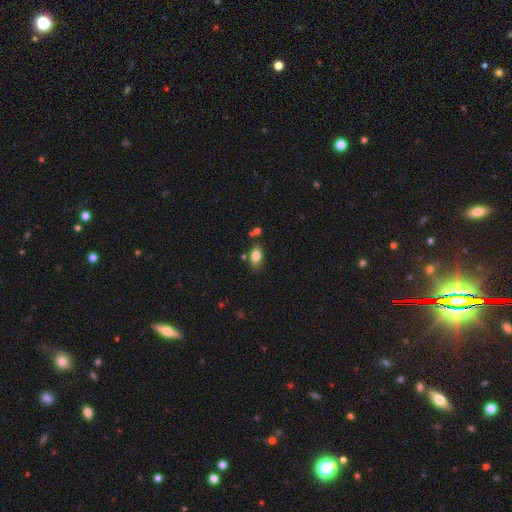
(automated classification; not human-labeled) This appears to be a smooth galaxy with no disk features (81%) that is in between round and cigar-shaped (87%). Merging: none (72%).